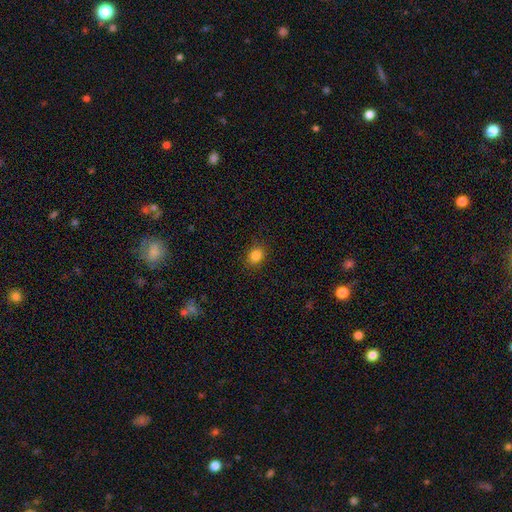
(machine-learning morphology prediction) Overall: smooth (84%). How rounded: round (56%; in between 43%). Merging: none (88%).